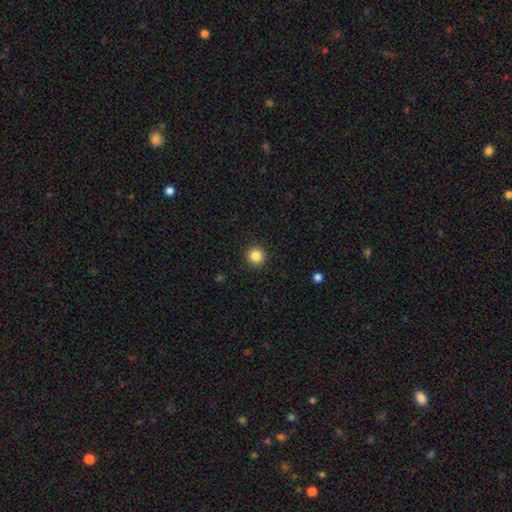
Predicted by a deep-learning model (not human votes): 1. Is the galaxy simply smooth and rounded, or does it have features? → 85% smooth, 11% star or artifact, 4% featured or disk.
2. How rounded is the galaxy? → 94% round, 5% in between, 1% cigar-shaped.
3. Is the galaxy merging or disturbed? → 93% none, 5% minor disturbance, 2% major disturbance, 1% merger.